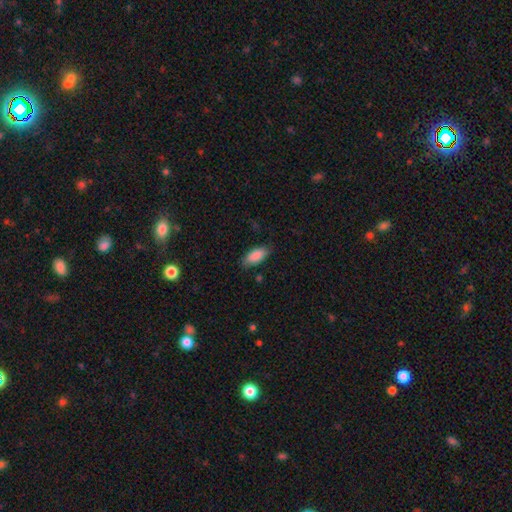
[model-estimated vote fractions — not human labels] smooth 89%, star or artifact 7%, featured or disk 5%. Down the decision tree: how rounded — in between (88%); merging — none (80%).